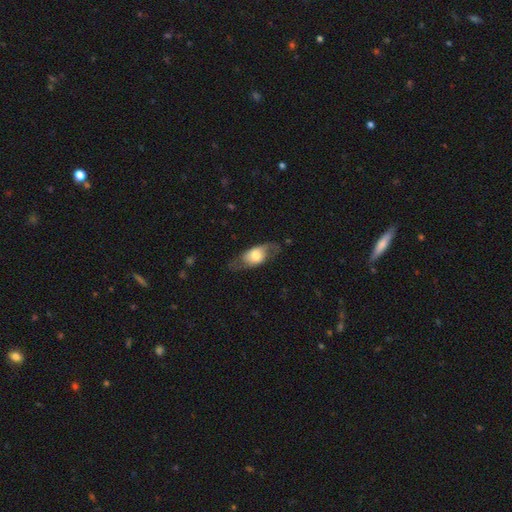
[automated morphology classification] Smooth or featured: featured or disk — 48% (smooth — 46%)
Merging: none — 62% (minor disturbance — 21%)